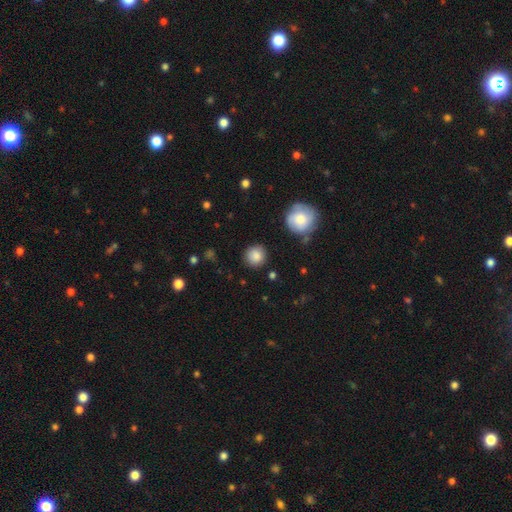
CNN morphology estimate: The model was most divided on "smooth or featured": smooth: 85%, star or artifact: 8%, featured or disk: 6%. More confident: how rounded — round (93%); merging — none (87%).